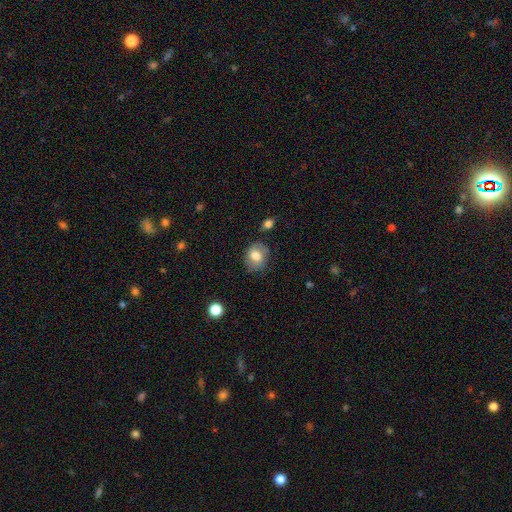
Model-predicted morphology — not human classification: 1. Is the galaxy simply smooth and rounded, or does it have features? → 76% smooth, 16% featured or disk, 8% star or artifact.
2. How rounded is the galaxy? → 56% round, 44% in between, 1% cigar-shaped.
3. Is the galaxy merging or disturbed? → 76% none, 17% minor disturbance, 4% major disturbance, 3% merger.